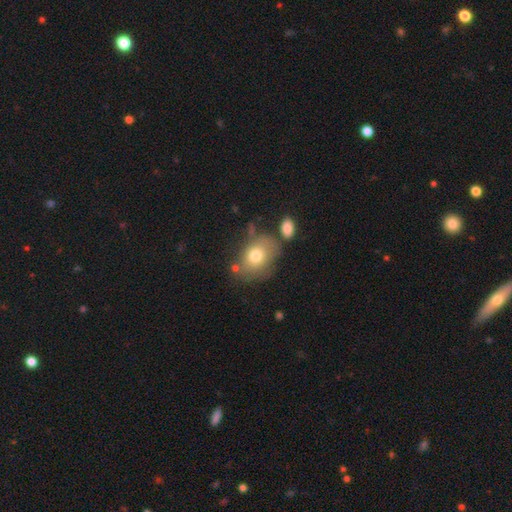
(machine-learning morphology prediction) The model was most divided on "how rounded": in between: 64%, round: 35%, cigar-shaped: 1%. More confident: smooth or featured — smooth (73%); merging — none (59%).